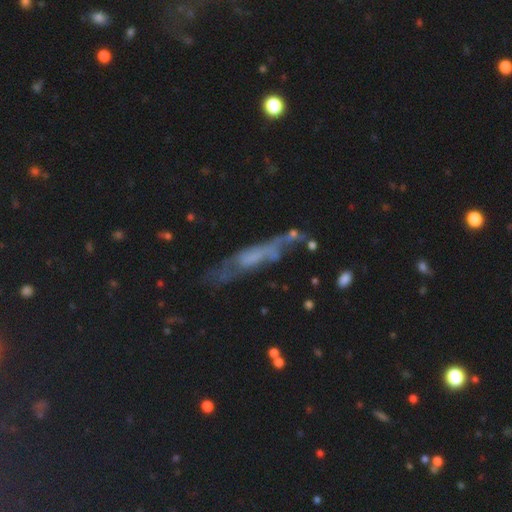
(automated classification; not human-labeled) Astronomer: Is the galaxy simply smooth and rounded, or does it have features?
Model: featured or disk — 60%.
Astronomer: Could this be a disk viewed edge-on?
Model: yes — 51% (runner-up: no, 49%).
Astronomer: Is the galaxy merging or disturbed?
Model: none — 52%.